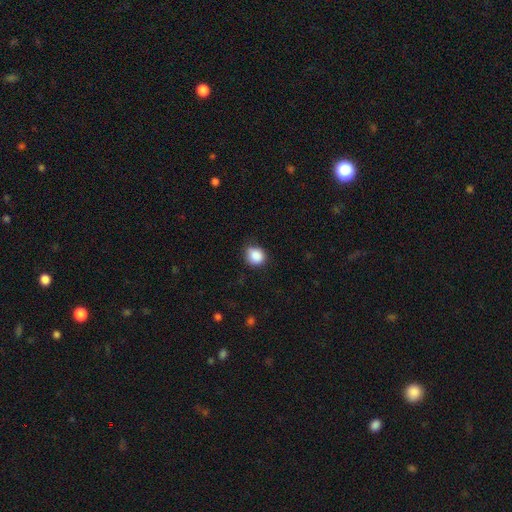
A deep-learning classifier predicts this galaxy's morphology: Q: Smooth or featured?
A: smooth (88%); runner-up: star or artifact (9%)
Q: How rounded?
A: round (74%); runner-up: in between (26%)
Q: Merging?
A: none (70%); runner-up: minor disturbance (24%)